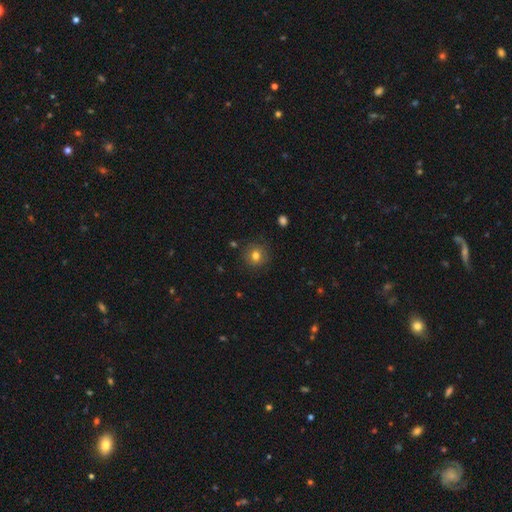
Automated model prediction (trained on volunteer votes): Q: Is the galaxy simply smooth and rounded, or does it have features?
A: smooth — 77%.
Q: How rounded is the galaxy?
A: round — 90%.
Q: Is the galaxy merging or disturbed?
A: none — 86%.